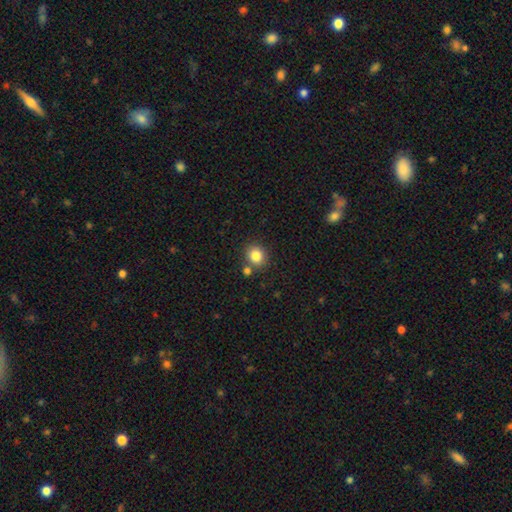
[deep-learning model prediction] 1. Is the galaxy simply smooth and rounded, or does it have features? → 84% smooth, 10% star or artifact, 6% featured or disk.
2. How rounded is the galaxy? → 75% round, 25% in between, 1% cigar-shaped.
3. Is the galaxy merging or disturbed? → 75% none, 13% merger, 9% minor disturbance, 3% major disturbance.